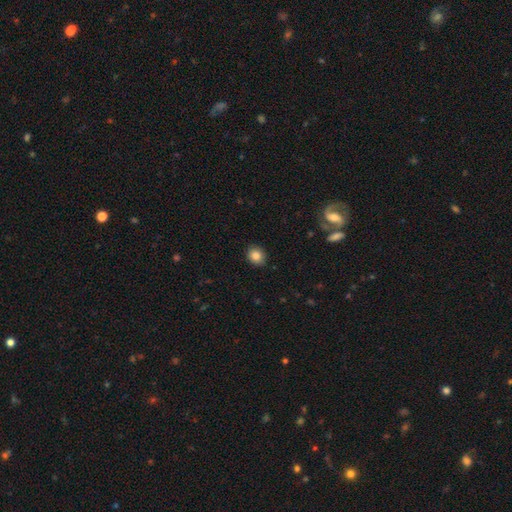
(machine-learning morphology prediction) smooth_or_featured: smooth (p=0.85) [alt: star or artifact p=0.09]
how_rounded: round (p=0.64) [alt: in between p=0.35]
merging: none (p=0.90) [alt: minor disturbance p=0.08]